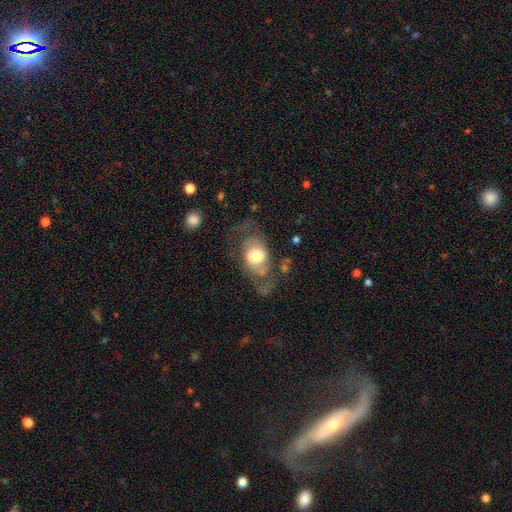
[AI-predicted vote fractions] Morphology: type=featured or disk (47%); merging=none (48%).